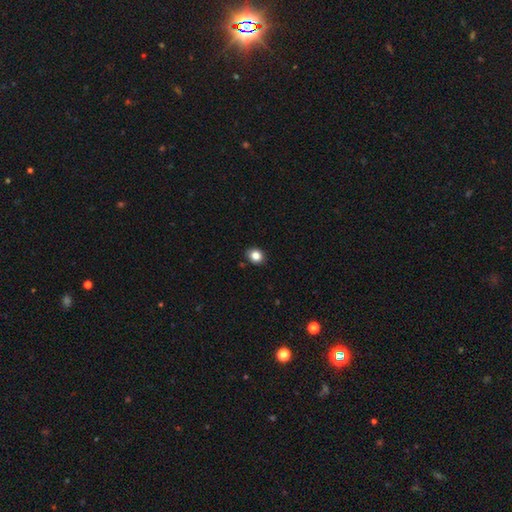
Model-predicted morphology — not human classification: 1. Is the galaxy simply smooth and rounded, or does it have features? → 84% smooth, 11% star or artifact, 5% featured or disk.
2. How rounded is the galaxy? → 65% round, 35% in between, 1% cigar-shaped.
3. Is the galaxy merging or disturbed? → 89% none, 8% minor disturbance, 2% major disturbance, 1% merger.